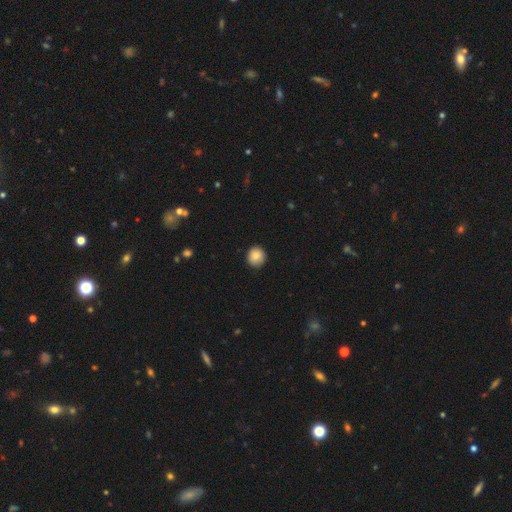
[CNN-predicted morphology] Smooth or featured? Predicted: smooth (p=0.83). How rounded? Predicted: round (p=0.91). Merging? Predicted: none (p=0.89).